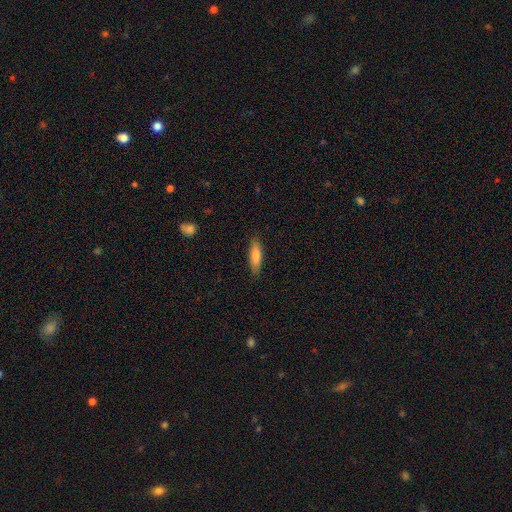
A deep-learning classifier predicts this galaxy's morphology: Smooth or featured? smooth (81%)
How rounded? cigar-shaped (64%)
Merging? none (86%)